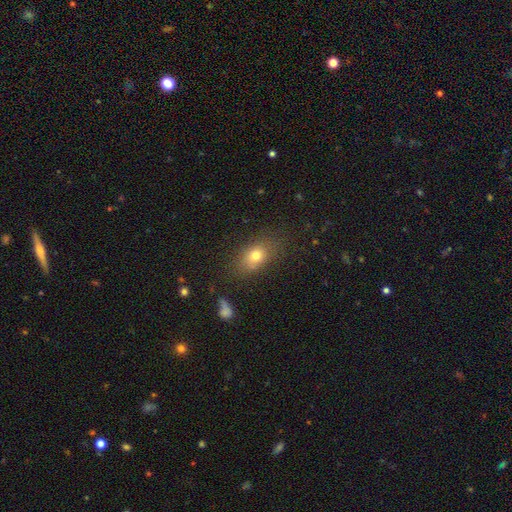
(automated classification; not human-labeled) Q: Smooth or featured?
A: smooth (75%); runner-up: featured or disk (13%)
Q: How rounded?
A: in between (71%); runner-up: round (26%)
Q: Merging?
A: none (72%); runner-up: minor disturbance (17%)